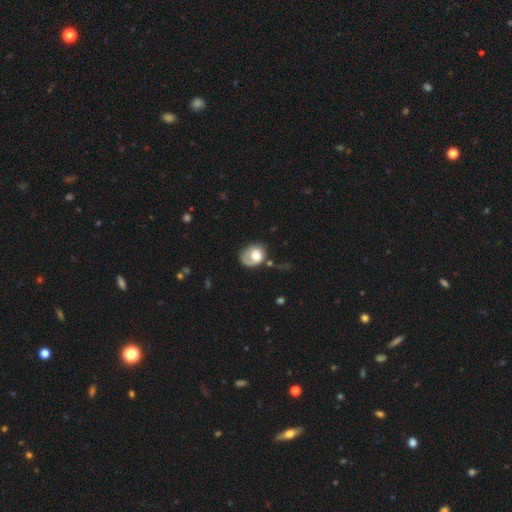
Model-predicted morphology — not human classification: Smooth or featured? smooth (55%)
How rounded? in between (49%, tied with round)
Merging? none (41%)